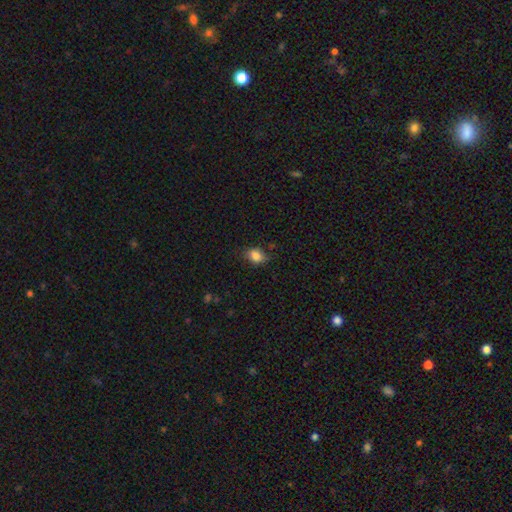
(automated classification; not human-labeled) A smooth galaxy with no disk features (84%) that is in between round and cigar-shaped (60%). Merging: none (73%).